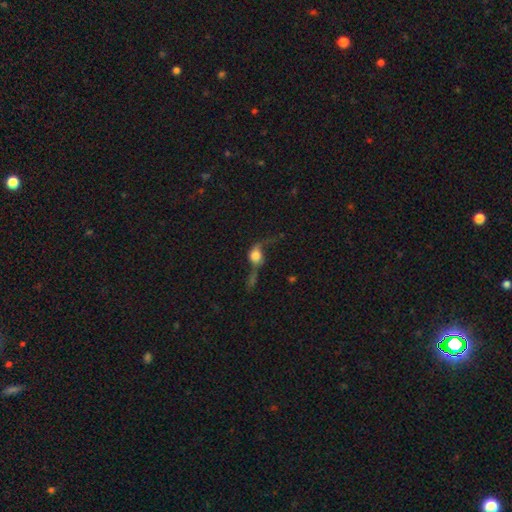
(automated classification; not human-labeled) Smooth or featured? smooth (47%)
Merging? major disturbance (41%)